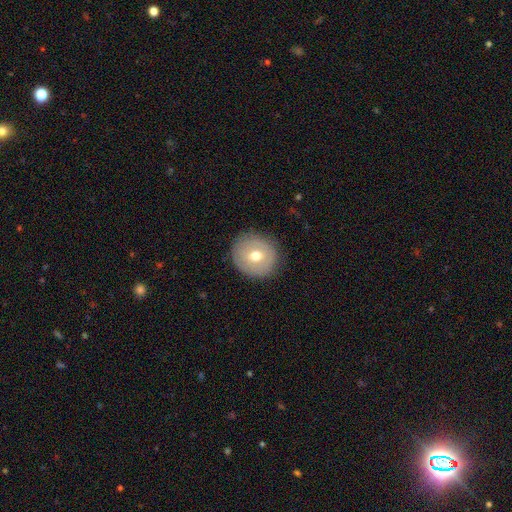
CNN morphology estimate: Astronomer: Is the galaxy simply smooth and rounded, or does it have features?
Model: smooth — 63%.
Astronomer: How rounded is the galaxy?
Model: round — 88%.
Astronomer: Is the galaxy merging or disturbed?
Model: none — 86%.